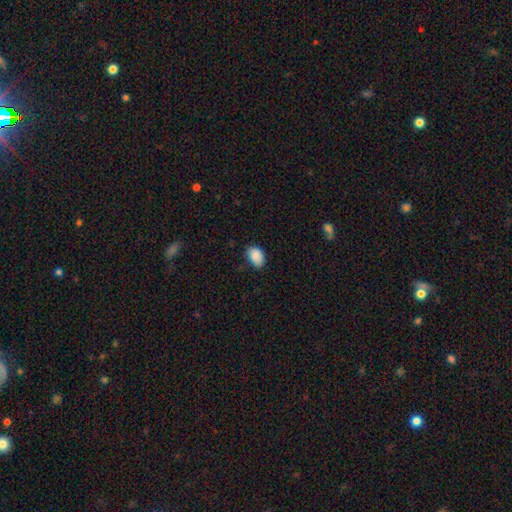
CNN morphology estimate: This is clearly a smooth galaxy (88%). How rounded: clearly in between (82%). Merging: likely none (67%).